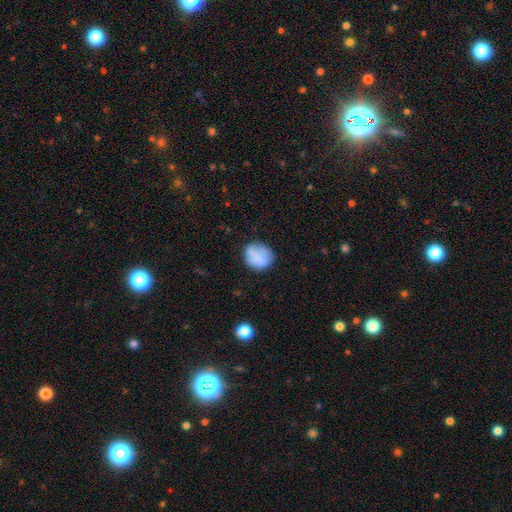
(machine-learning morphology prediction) This appears to be a smooth galaxy with no disk features (81%) that is round (75%). Merging: none (74%).